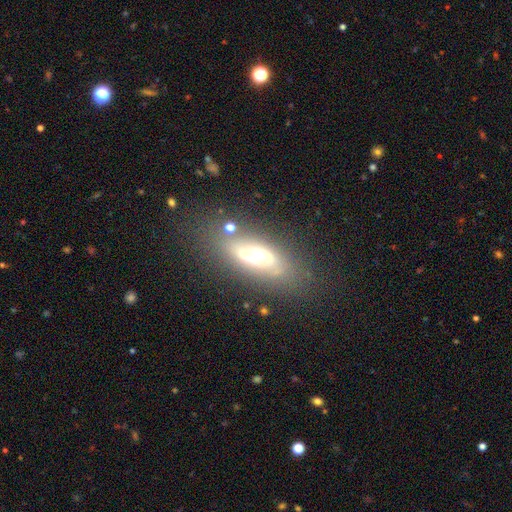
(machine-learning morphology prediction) smooth_or_featured: featured or disk (p=0.72) [alt: smooth p=0.18]
disk_edge_on: no (p=0.88) [alt: yes p=0.12]
bar: weak (p=0.44) [alt: no p=0.38]
has_spiral_arms: yes (p=0.88) [alt: no p=0.12]
spiral_winding: loose (p=0.45) [alt: medium p=0.40]
spiral_arm_count: 2 (p=0.82) [alt: can't tell p=0.09]
bulge_size: moderate (p=0.47) [alt: small p=0.31]
merging: none (p=0.68) [alt: minor disturbance p=0.17]